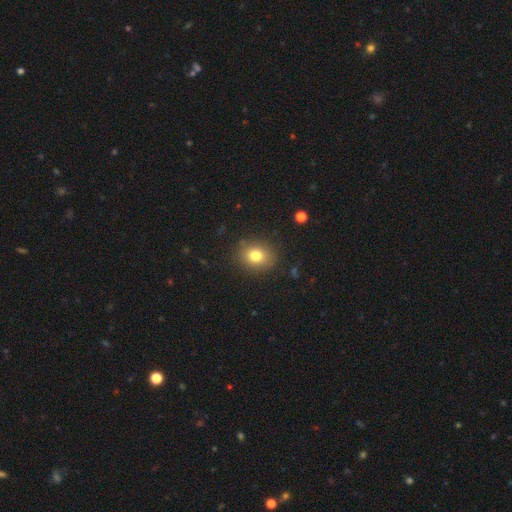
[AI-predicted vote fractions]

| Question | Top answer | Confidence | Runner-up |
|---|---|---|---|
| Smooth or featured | smooth | 79% | star or artifact (12%) |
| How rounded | round | 64% | in between (35%) |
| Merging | none | 87% | minor disturbance (9%) |